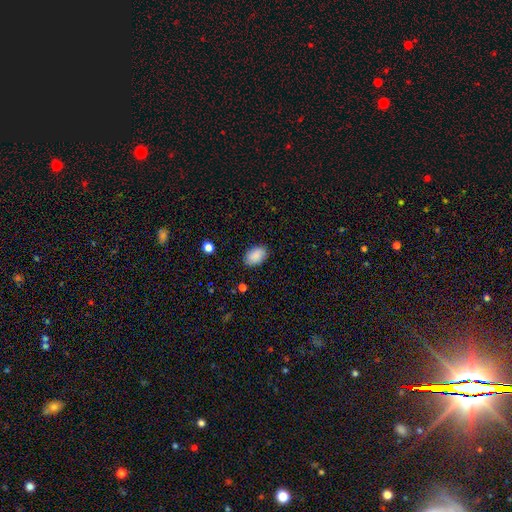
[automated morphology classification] Smooth or featured? smooth (89%)
How rounded? in between (89%)
Merging? none (86%)